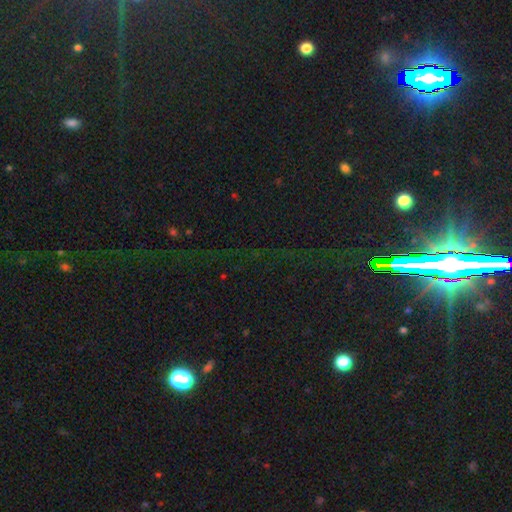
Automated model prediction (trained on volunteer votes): This is clearly a star or artifact rather than a galaxy (80%).